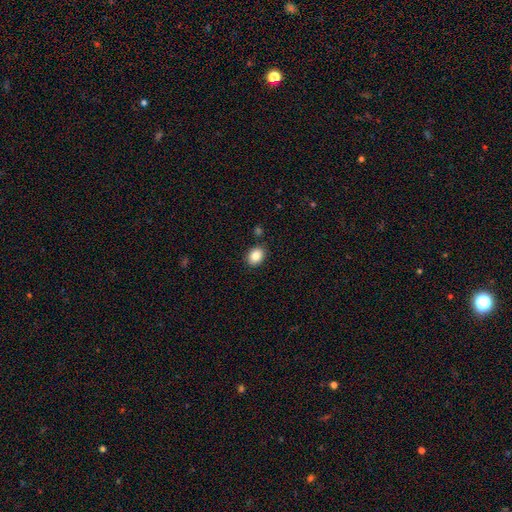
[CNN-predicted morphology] Smooth or featured? smooth (86%)
How rounded? in between (57%)
Merging? none (86%)